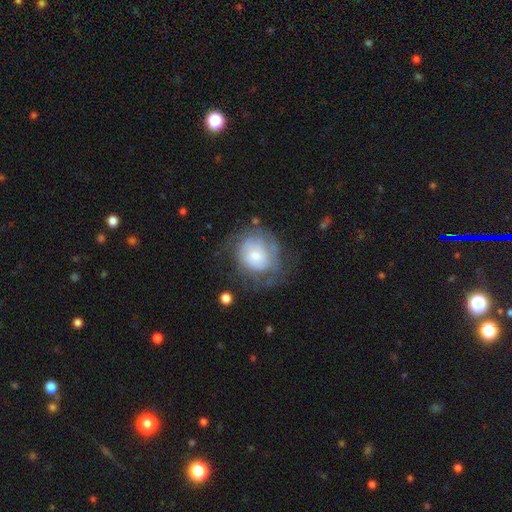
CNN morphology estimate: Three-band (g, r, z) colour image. It shows a smooth galaxy with no disk features (46%, tied with featured or disk). Merging: none (49%).